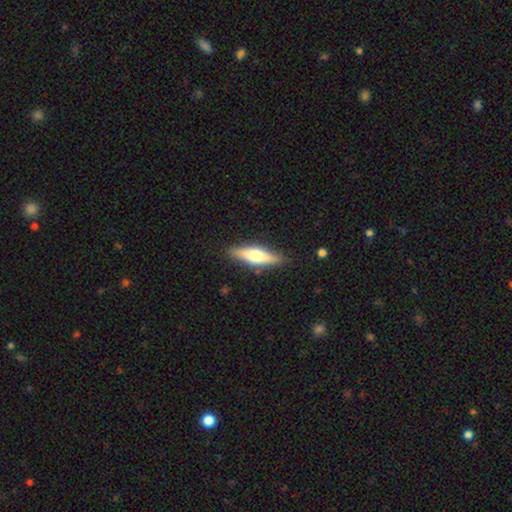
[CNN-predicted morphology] Smooth or featured?
  - smooth: 50% *
  - featured or disk: 44%
  - star or artifact: 6%
How rounded?
  - cigar-shaped: 61% *
  - in between: 37%
  - round: 2%
Merging?
  - none: 86% *
  - minor disturbance: 10%
  - major disturbance: 2%
  - merger: 1%